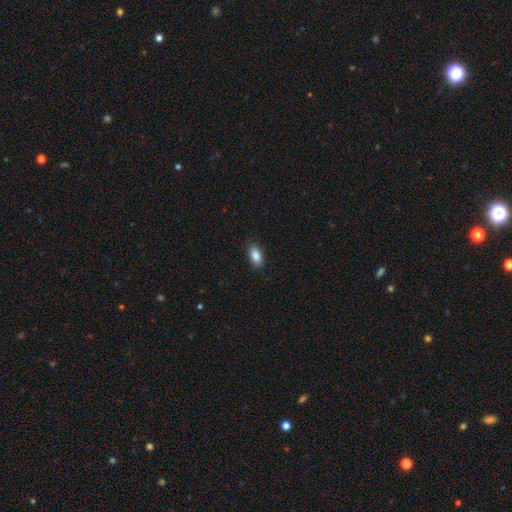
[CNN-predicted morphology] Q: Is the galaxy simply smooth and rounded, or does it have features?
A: smooth — 86%.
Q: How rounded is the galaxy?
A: in between — 91%.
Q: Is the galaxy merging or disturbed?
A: none — 87%.